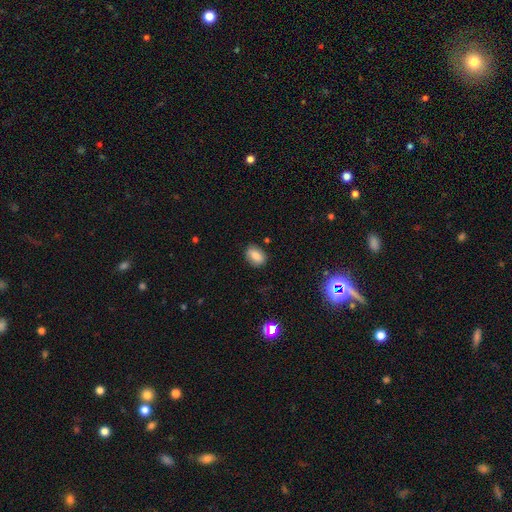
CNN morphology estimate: type=smooth (79%); roundness=in between (73%); merging=none (82%).